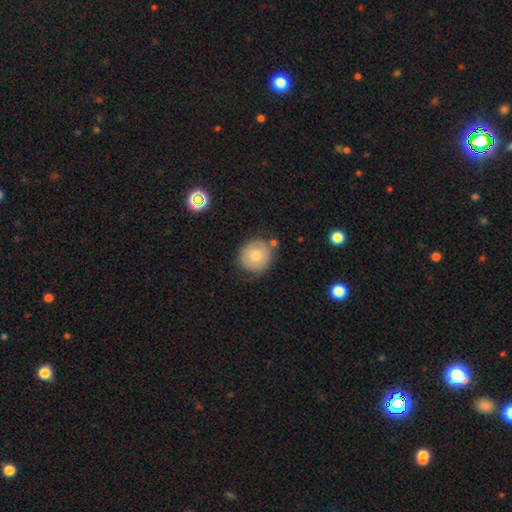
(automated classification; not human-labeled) This appears to be a smooth galaxy with no disk features (73%) that is round (89%). Merging: none (74%).